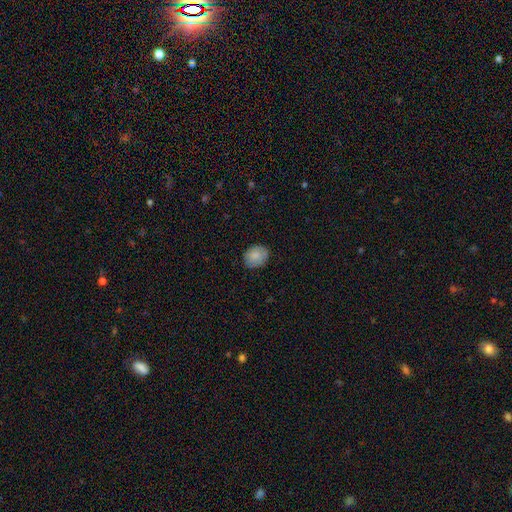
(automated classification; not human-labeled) Smooth or featured? smooth (85%)
How rounded? round (53%)
Merging? none (82%)